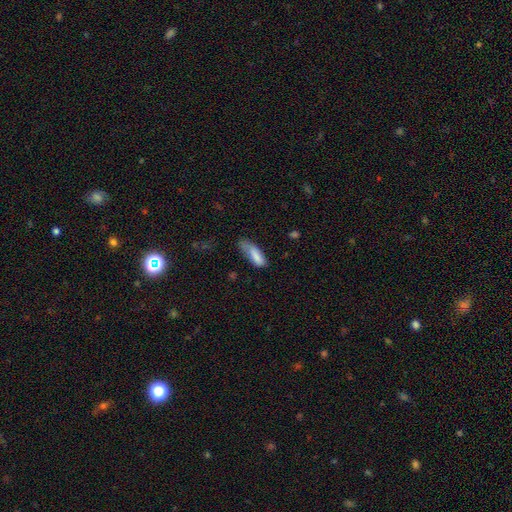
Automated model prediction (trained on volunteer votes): Q: Smooth or featured?
A: smooth (82%); runner-up: featured or disk (11%)
Q: How rounded?
A: in between (61%); runner-up: cigar-shaped (37%)
Q: Merging?
A: minor disturbance (38%); tied with: none (38%)